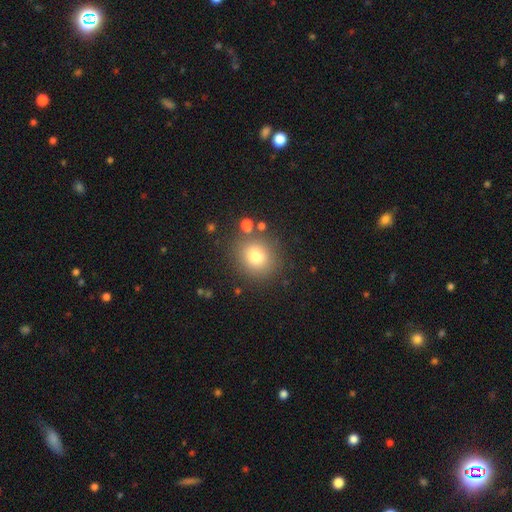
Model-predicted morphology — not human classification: Q: Smooth or featured?
A: smooth (78%); runner-up: star or artifact (13%)
Q: How rounded?
A: round (81%); runner-up: in between (18%)
Q: Merging?
A: none (81%); runner-up: minor disturbance (9%)